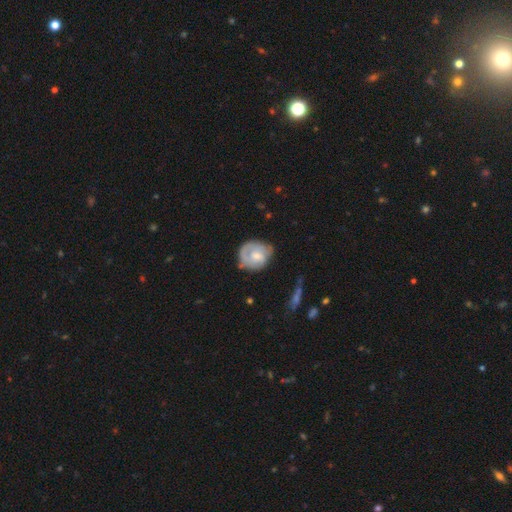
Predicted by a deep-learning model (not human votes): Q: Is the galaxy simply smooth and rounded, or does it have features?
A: featured or disk — 51%.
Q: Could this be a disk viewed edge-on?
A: no — 97%.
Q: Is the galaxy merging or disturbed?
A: none — 54%.